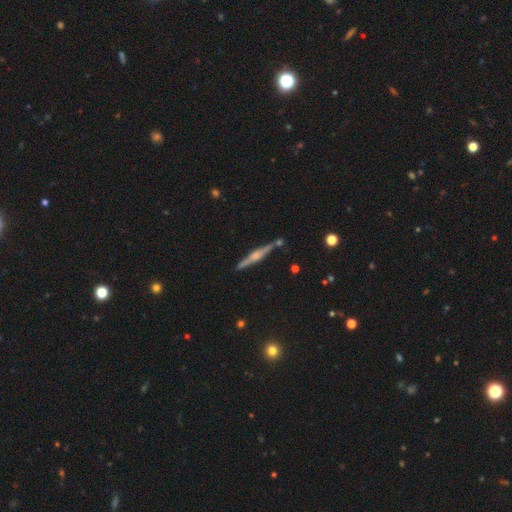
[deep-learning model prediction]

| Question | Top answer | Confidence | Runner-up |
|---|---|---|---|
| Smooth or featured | featured or disk | 77% | smooth (16%) |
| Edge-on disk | yes | 98% | no (2%) |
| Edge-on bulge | rounded | 70% | boxy (22%) |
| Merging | none | 85% | minor disturbance (8%) |